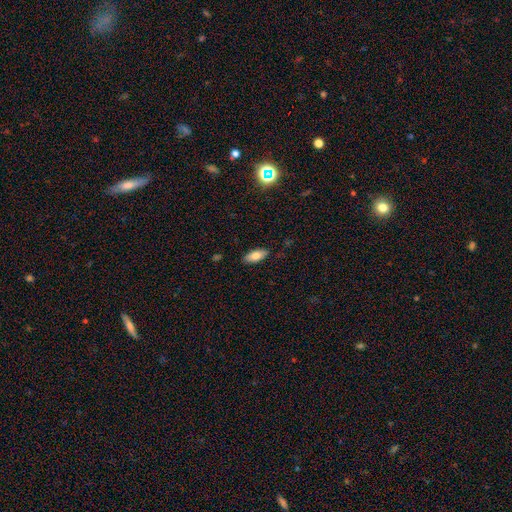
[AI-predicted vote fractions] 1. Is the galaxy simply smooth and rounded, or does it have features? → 77% smooth, 15% featured or disk, 8% star or artifact.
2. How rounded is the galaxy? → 83% in between, 15% cigar-shaped, 2% round.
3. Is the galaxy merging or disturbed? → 86% none, 11% minor disturbance, 2% major disturbance, 1% merger.